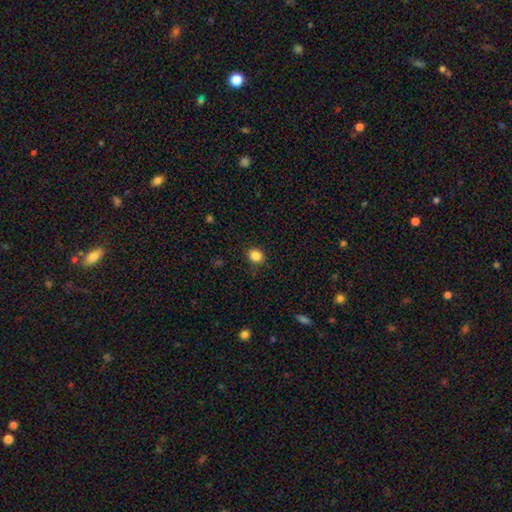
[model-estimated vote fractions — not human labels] Q: Smooth or featured?
A: smooth (85%); runner-up: star or artifact (10%)
Q: How rounded?
A: round (67%); runner-up: in between (32%)
Q: Merging?
A: none (88%); runner-up: minor disturbance (9%)